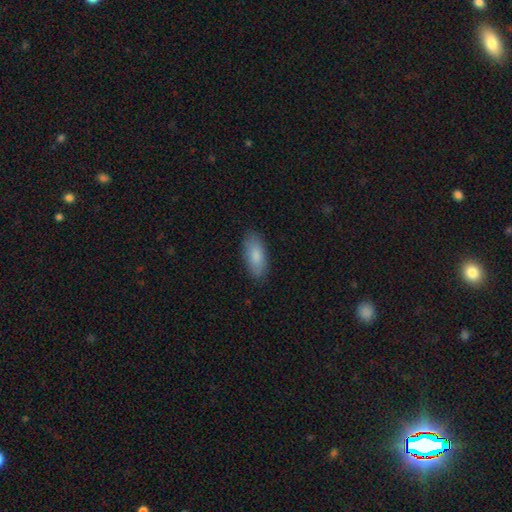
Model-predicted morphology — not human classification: A smooth galaxy with no disk features (85%) that is in between round and cigar-shaped (85%).

Vote fractions:
- Smooth or featured? smooth: 85% / featured or disk: 9% / star or artifact: 6%
- How rounded? in between: 85% / cigar-shaped: 13% / round: 2%
- Merging? none: 86% / minor disturbance: 11% / major disturbance: 2% / merger: 1%